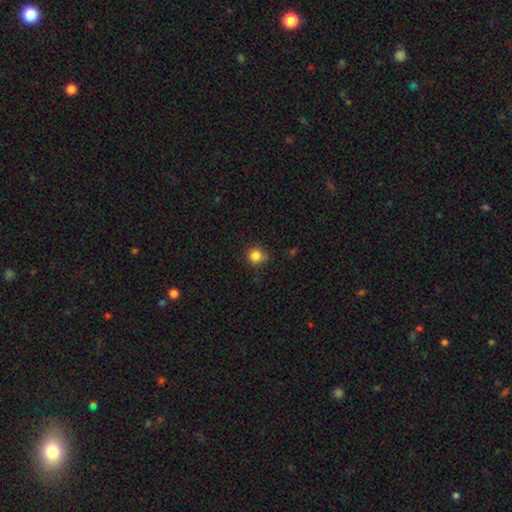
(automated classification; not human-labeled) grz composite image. It shows a smooth galaxy with no disk features (84%) that is round (90%). Merging: none (77%).